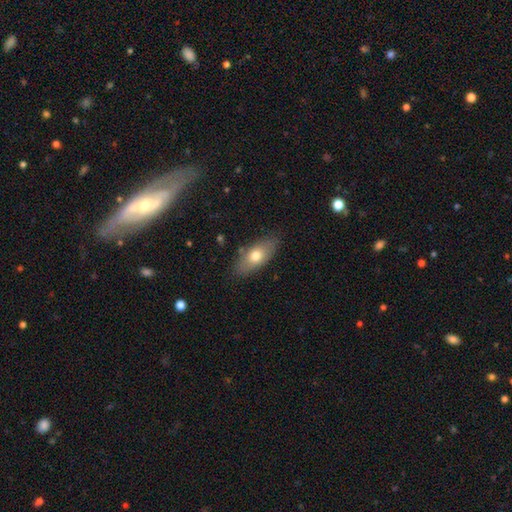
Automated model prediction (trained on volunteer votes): Smooth or featured? Predicted: smooth (p=0.70). How rounded? Predicted: in between (p=0.84). Merging? Predicted: none (p=0.82).